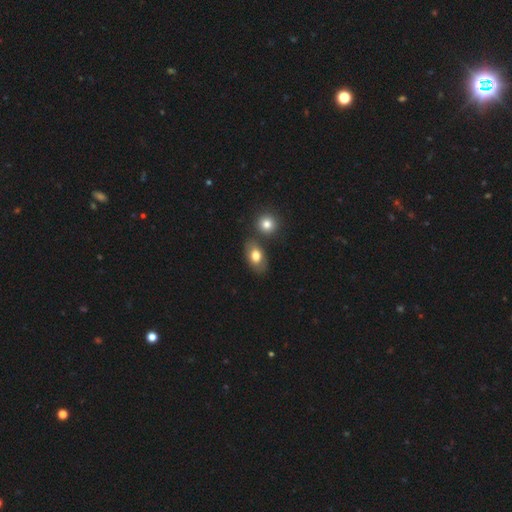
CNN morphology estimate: smooth_or_featured: smooth (p=0.75) [alt: featured or disk p=0.17]
how_rounded: in between (p=0.84) [alt: round p=0.14]
merging: none (p=0.66) [alt: merger p=0.18]